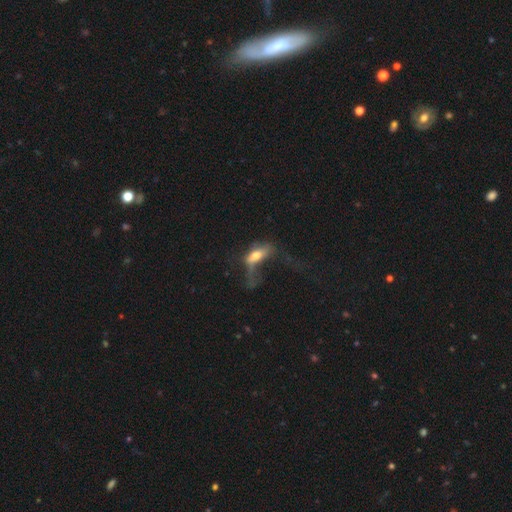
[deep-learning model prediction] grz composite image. It shows a smooth galaxy with no disk features (55%) that is in between round and cigar-shaped (68%). Merging: major disturbance (61%).